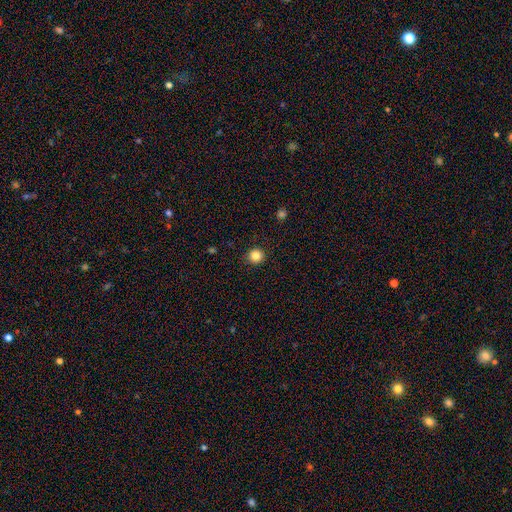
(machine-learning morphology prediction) Smooth or featured? Predicted: smooth (p=0.84). How rounded? Predicted: round (p=0.93). Merging? Predicted: none (p=0.91).